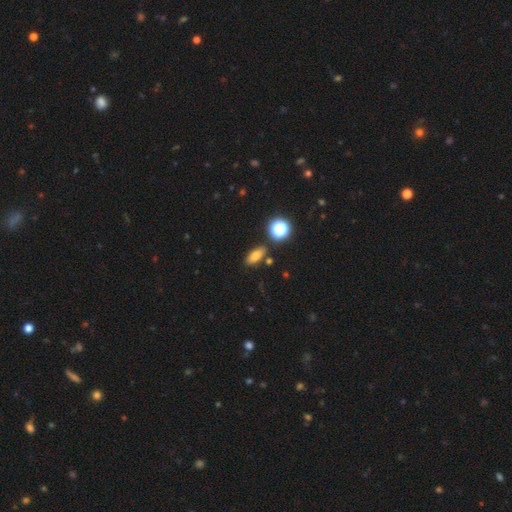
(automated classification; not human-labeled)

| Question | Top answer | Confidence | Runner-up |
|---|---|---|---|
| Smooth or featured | smooth | 74% | star or artifact (16%) |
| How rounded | in between | 76% | cigar-shaped (13%) |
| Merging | none | 82% | minor disturbance (10%) |